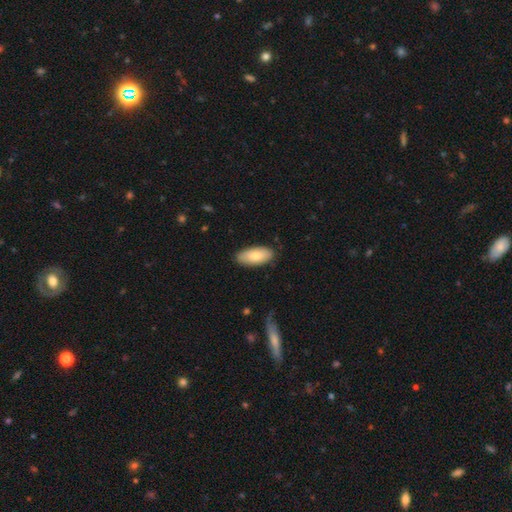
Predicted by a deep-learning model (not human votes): smooth 81%, featured or disk 14%, star or artifact 5%. Down the decision tree: how rounded — in between (90%); merging — none (85%).